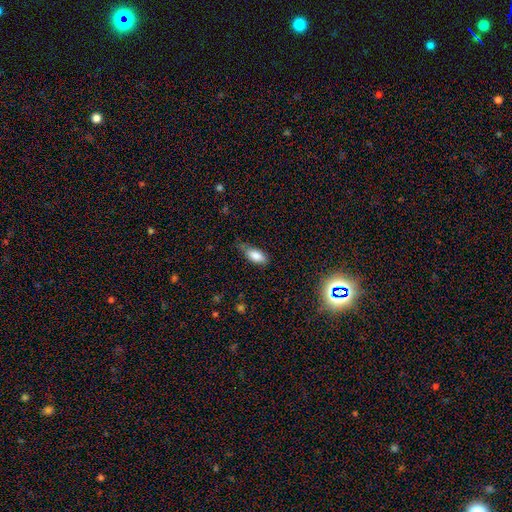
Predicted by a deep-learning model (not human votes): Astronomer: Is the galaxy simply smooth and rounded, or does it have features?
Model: smooth — 83%.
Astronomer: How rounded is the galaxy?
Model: in between — 85%.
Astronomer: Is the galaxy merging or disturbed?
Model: none — 56% (runner-up: minor disturbance, 34%).